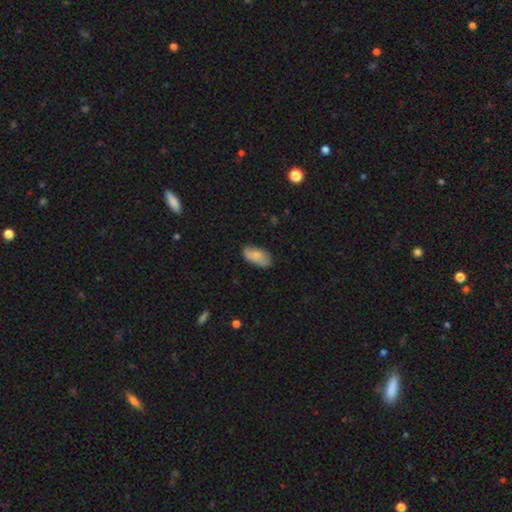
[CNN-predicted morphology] Q: Smooth or featured?
A: smooth (74%); runner-up: featured or disk (19%)
Q: How rounded?
A: in between (92%); runner-up: cigar-shaped (4%)
Q: Merging?
A: none (63%); runner-up: minor disturbance (27%)